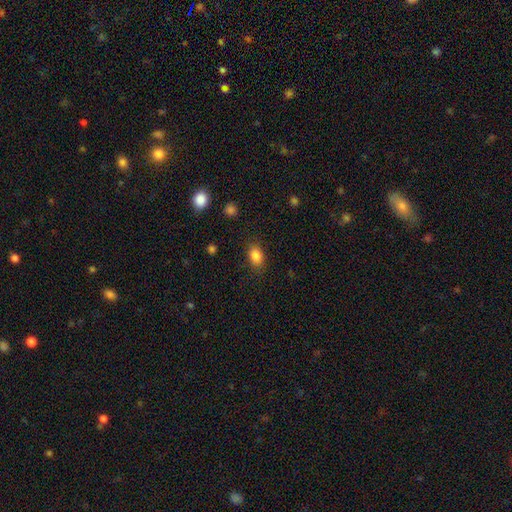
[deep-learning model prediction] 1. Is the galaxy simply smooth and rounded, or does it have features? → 86% smooth, 10% star or artifact, 5% featured or disk.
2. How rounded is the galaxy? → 79% in between, 19% round, 2% cigar-shaped.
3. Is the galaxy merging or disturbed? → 83% none, 12% minor disturbance, 4% major disturbance, 1% merger.